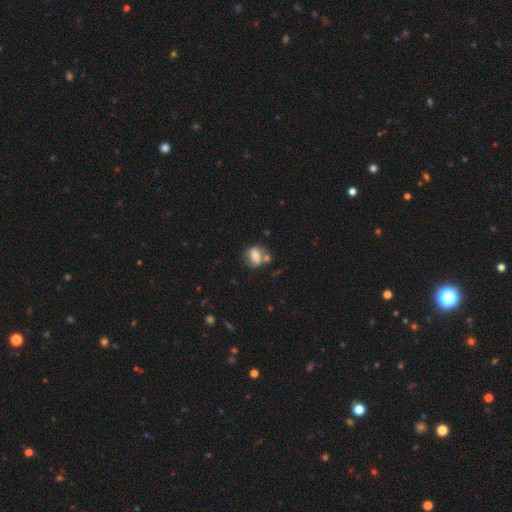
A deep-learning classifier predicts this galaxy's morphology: Smooth or featured: smooth — 64% (featured or disk — 26%)
How rounded: in between — 52% (round — 45%)
Merging: none — 54% (merger — 25%)